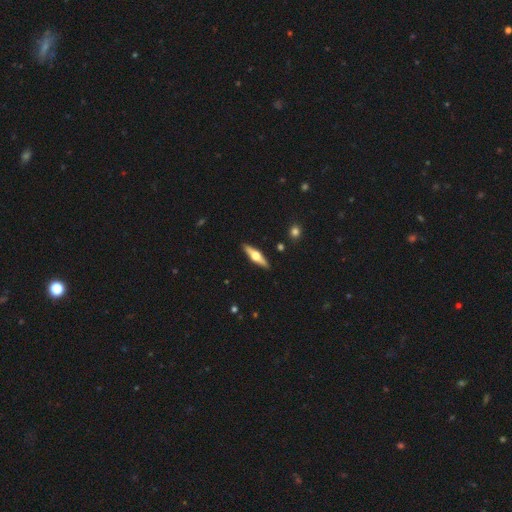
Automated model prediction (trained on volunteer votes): Smooth or featured? Predicted: featured or disk (p=0.64). Edge-on disk? Predicted: yes (p=0.96). Edge-on bulge? Predicted: rounded (p=0.95). Merging? Predicted: none (p=0.91).